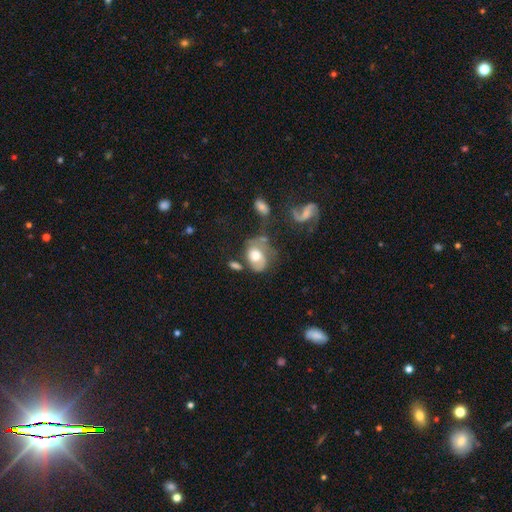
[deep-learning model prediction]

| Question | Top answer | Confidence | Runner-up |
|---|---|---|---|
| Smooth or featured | featured or disk | 53% | smooth (39%) |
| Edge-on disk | no | 96% | yes (4%) |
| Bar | no | 76% | weak (20%) |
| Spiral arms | yes | 69% | no (31%) |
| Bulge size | moderate | 49% | large (36%) |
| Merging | none | 30% | tied: major disturbance (30%) |